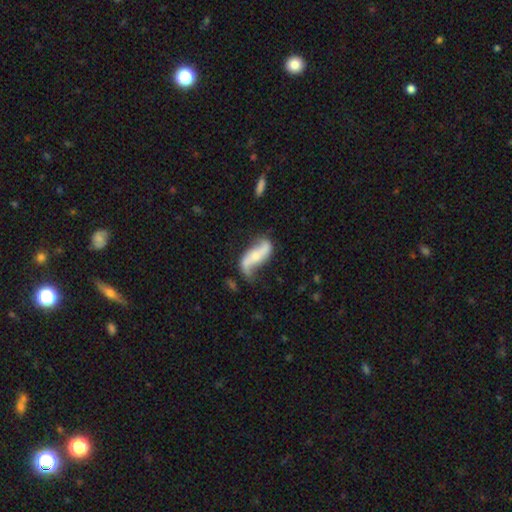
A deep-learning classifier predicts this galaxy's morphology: Q: Smooth or featured?
A: featured or disk (77%); runner-up: smooth (18%)
Q: Edge-on disk?
A: no (91%); runner-up: yes (9%)
Q: Bar?
A: no (43%); runner-up: strong (30%)
Q: Spiral arms?
A: yes (90%); runner-up: no (10%)
Q: Spiral winding?
A: loose (85%); runner-up: medium (11%)
Q: Spiral arm count?
A: 2 (90%); runner-up: 1 (4%)
Q: Bulge size?
A: small (49%); runner-up: moderate (40%)
Q: Merging?
A: none (59%); runner-up: minor disturbance (23%)